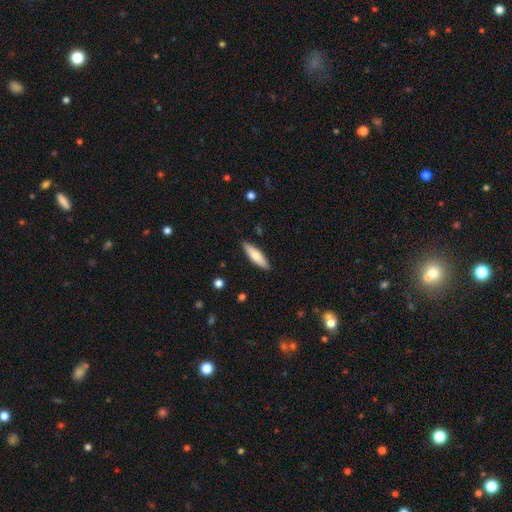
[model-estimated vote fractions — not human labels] smooth 68%, featured or disk 26%, star or artifact 5%. Down the decision tree: how rounded — cigar-shaped (64%); merging — none (89%).